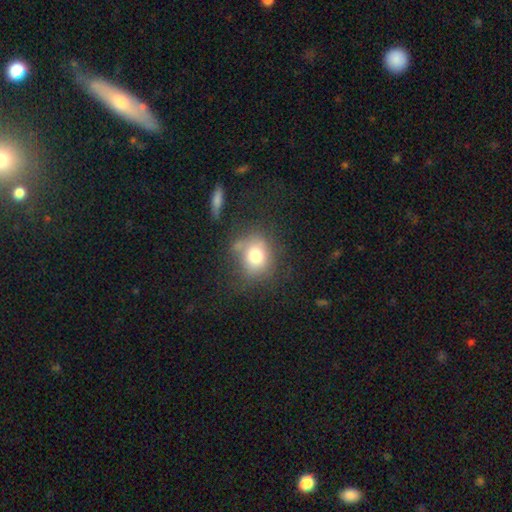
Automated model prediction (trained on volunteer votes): Smooth or featured: smooth — 74% (featured or disk — 14%)
How rounded: round — 66% (in between — 32%)
Merging: none — 57% (minor disturbance — 21%)